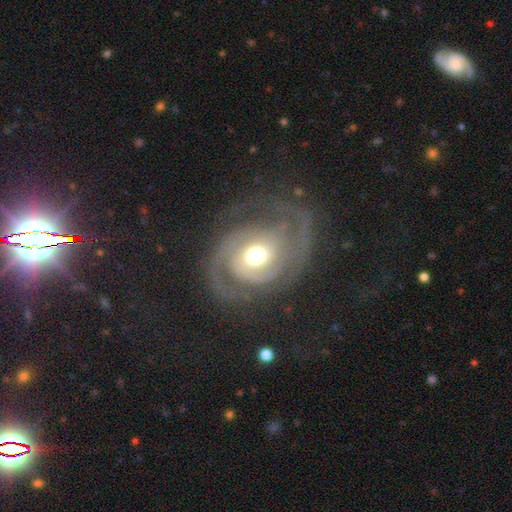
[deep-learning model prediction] Smooth or featured?
  - featured or disk: 86% *
  - smooth: 9%
  - star or artifact: 5%
Edge-on disk?
  - no: 97% *
  - yes: 3%
Bar?
  - no: 69% *
  - weak: 23%
  - strong: 8%
Spiral arms?
  - yes: 94% *
  - no: 6%
Spiral winding?
  - tight: 48% *
  - medium: 38%
  - loose: 14%
Spiral arm count?
  - 2: 61% *
  - can't tell: 13%
  - 3: 11%
  - 1: 7%
  - 4: 4%
  - more than 4: 4%
Bulge size?
  - moderate: 68% *
  - large: 18%
  - small: 11%
  - dominant: 2%
  - none: 1%
Merging?
  - none: 63% *
  - major disturbance: 18%
  - minor disturbance: 17%
  - merger: 2%